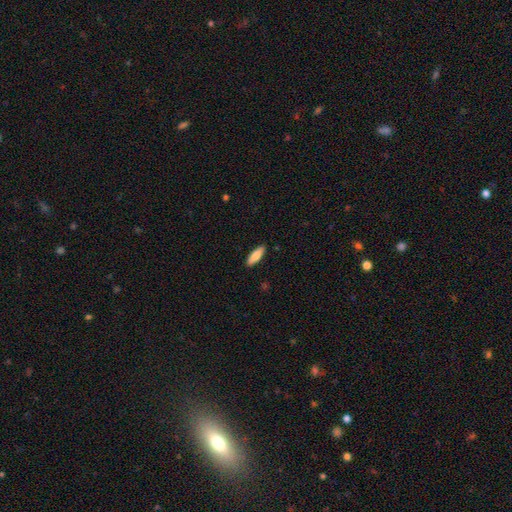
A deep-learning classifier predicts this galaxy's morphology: A smooth galaxy with no disk features (81%) that is in between round and cigar-shaped (52%).

Vote fractions:
- Smooth or featured? smooth: 81% / featured or disk: 14% / star or artifact: 6%
- How rounded? in between: 52% / cigar-shaped: 46% / round: 2%
- Merging? none: 90% / minor disturbance: 8% / major disturbance: 2% / merger: 1%